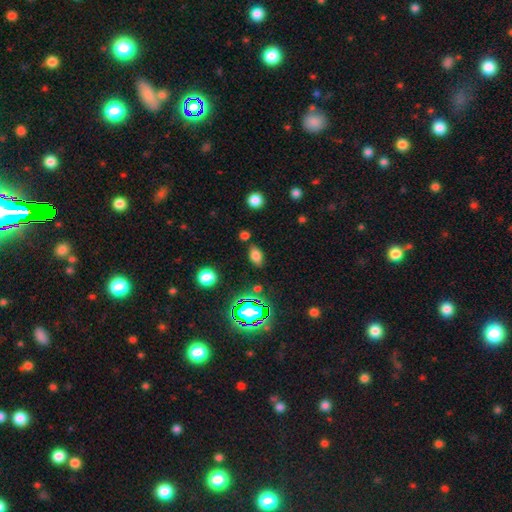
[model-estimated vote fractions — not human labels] Smooth or featured? smooth (71%)
How rounded? in between (88%)
Merging? none (78%)